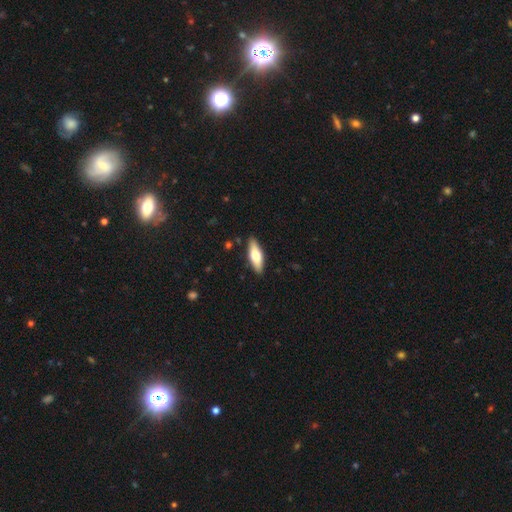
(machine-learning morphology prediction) A smooth galaxy with no disk features (61%) that is in between round and cigar-shaped (58%).

Vote fractions:
- Smooth or featured? smooth: 61% / featured or disk: 34% / star or artifact: 6%
- How rounded? in between: 58% / cigar-shaped: 40% / round: 2%
- Merging? none: 88% / minor disturbance: 9% / major disturbance: 2% / merger: 1%